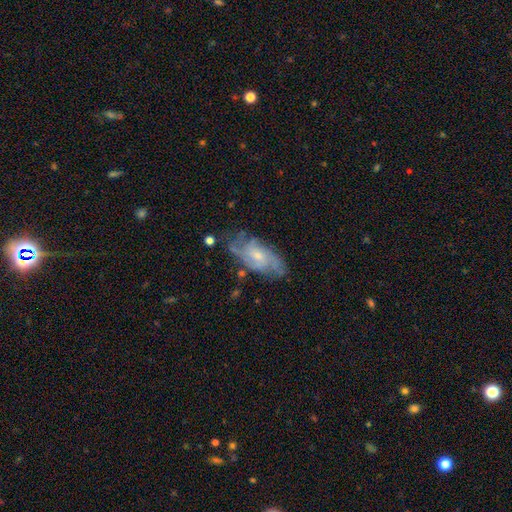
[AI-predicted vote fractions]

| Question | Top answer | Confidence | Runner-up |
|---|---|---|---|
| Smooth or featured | featured or disk | 78% | smooth (15%) |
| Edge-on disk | no | 93% | yes (7%) |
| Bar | no | 63% | weak (32%) |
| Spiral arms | yes | 92% | no (8%) |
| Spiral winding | medium | 44% | tight (42%) |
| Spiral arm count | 2 | 32% | can't tell (31%) |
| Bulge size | small | 56% | moderate (37%) |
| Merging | none | 68% | minor disturbance (22%) |